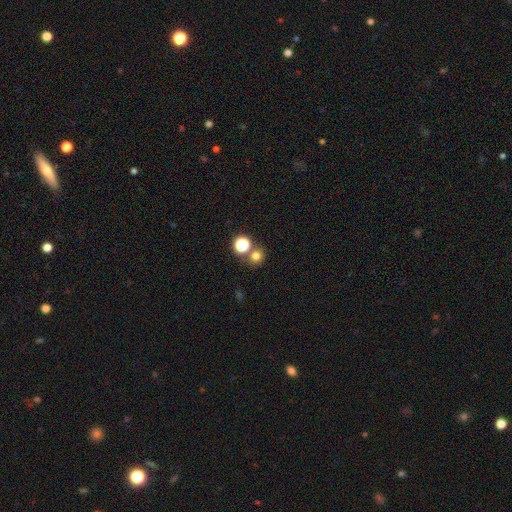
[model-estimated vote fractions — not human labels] smooth_or_featured: smooth (p=0.72) [alt: star or artifact p=0.21]
how_rounded: round (p=0.87) [alt: in between p=0.12]
merging: none (p=0.68) [alt: merger p=0.21]